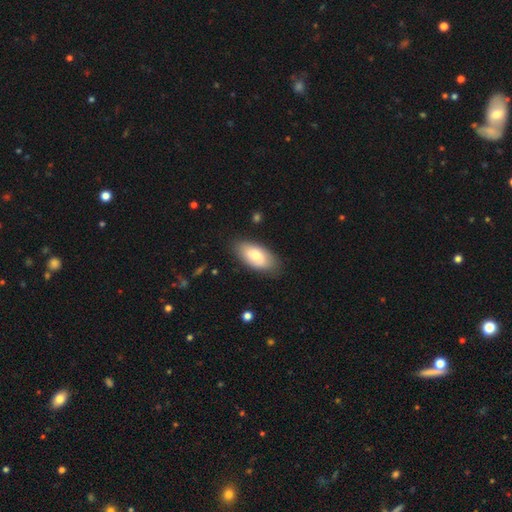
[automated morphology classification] Smooth or featured? smooth (69%)
How rounded? in between (93%)
Merging? none (81%)